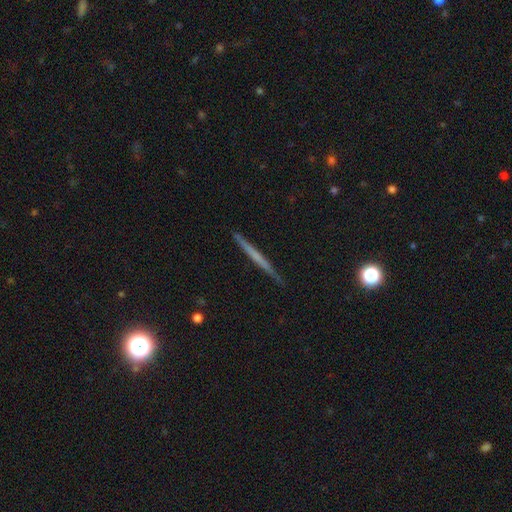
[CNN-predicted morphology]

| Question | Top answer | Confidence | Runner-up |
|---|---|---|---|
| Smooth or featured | featured or disk | 53% | smooth (40%) |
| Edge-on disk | yes | 97% | no (3%) |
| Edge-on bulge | none | 87% | rounded (8%) |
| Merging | none | 89% | minor disturbance (8%) |